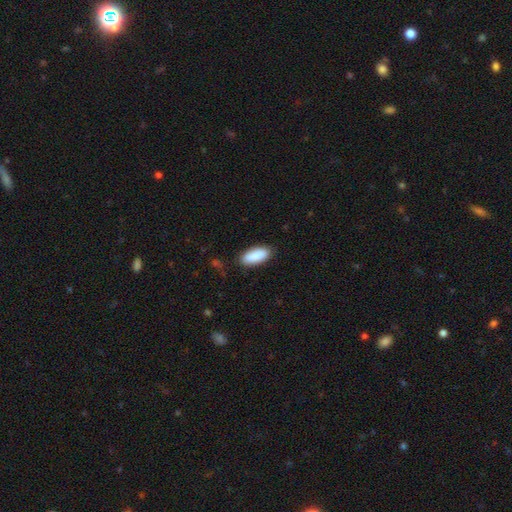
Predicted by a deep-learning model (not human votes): Overall: smooth (89%). How rounded: in between (79%). Merging: none (84%).